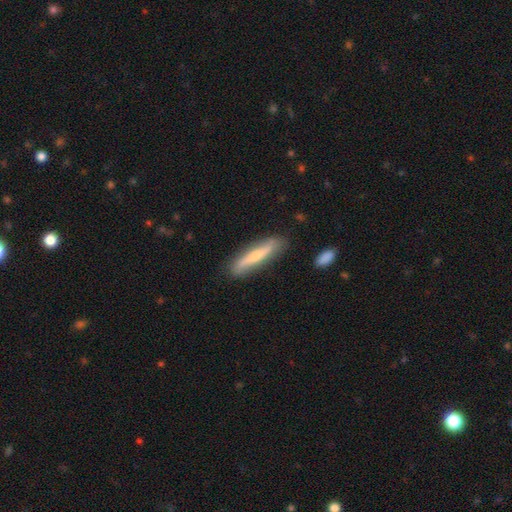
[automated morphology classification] This is possibly a smooth galaxy (48%). Merging: clearly none (83%).